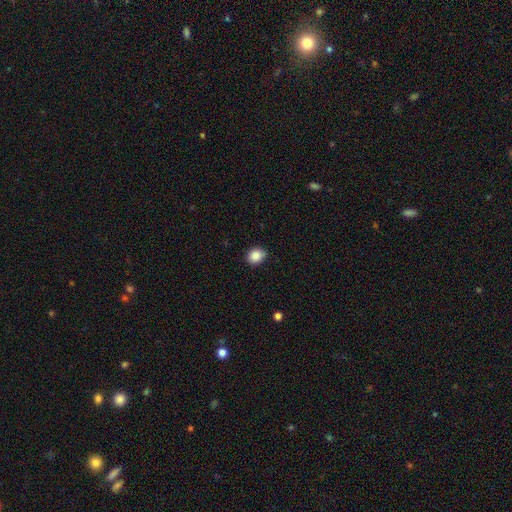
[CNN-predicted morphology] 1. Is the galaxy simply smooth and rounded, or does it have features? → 88% smooth, 9% star or artifact, 4% featured or disk.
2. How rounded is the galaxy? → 68% round, 31% in between, 1% cigar-shaped.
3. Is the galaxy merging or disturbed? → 77% none, 19% minor disturbance, 3% major disturbance, 1% merger.